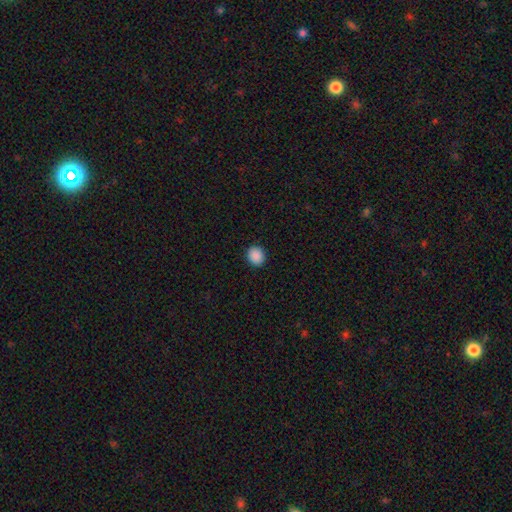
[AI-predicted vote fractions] Overall: smooth (89%). How rounded: round (75%). Merging: none (92%).